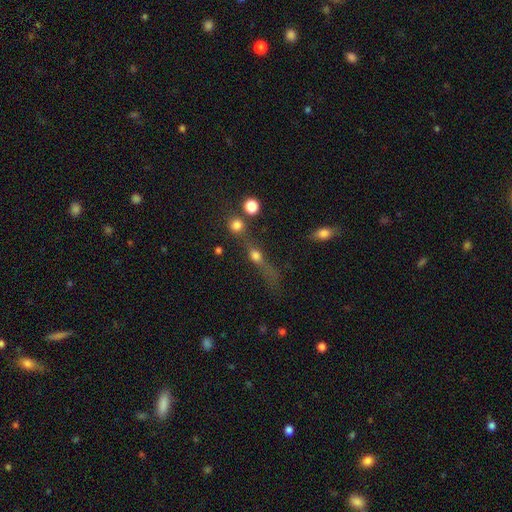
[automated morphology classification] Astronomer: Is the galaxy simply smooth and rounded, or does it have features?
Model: smooth — 59%.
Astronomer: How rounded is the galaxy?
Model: round — 40% (runner-up: in between, 31%).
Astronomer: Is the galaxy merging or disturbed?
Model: none — 38% (runner-up: merger, 25%).